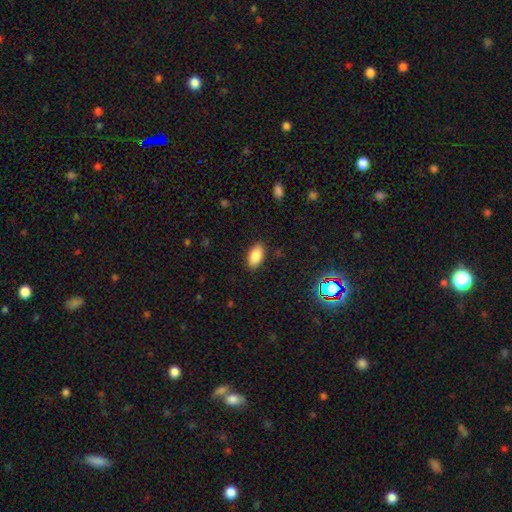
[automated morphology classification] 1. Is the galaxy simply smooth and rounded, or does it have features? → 86% smooth, 9% star or artifact, 5% featured or disk.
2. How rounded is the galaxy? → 94% in between, 4% round, 3% cigar-shaped.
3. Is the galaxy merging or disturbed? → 88% none, 9% minor disturbance, 2% major disturbance, 1% merger.